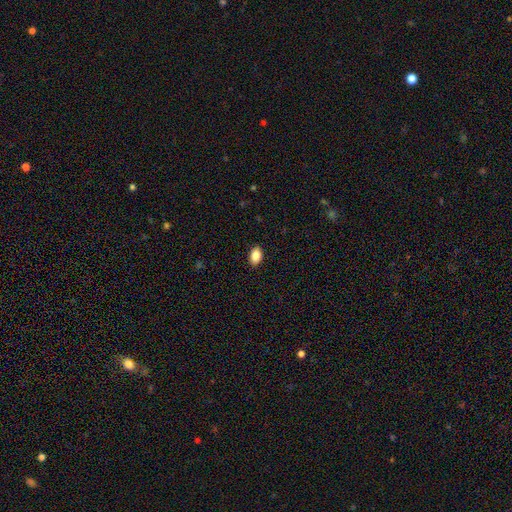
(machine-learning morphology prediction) This is clearly a smooth galaxy (86%). How rounded: clearly in between (89%). Merging: clearly none (89%).